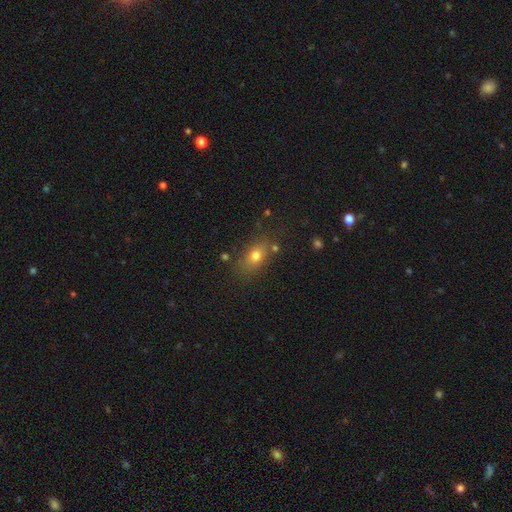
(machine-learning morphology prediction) Smooth or featured? Predicted: smooth (p=0.73). How rounded? Predicted: in between (p=0.74). Merging? Predicted: none (p=0.75).